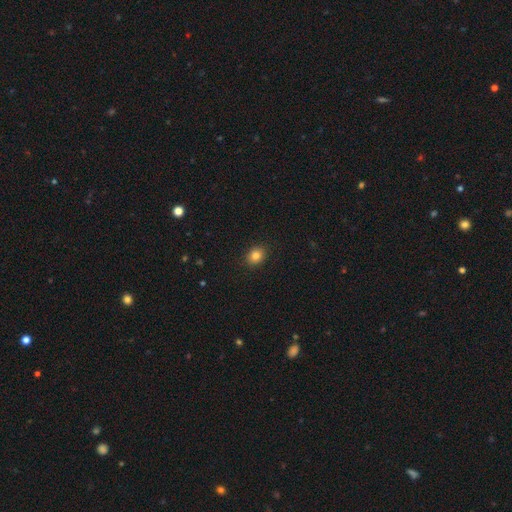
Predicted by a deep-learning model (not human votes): Smooth or featured: smooth — 83% (star or artifact — 11%)
How rounded: round — 57% (in between — 42%)
Merging: none — 90% (minor disturbance — 7%)